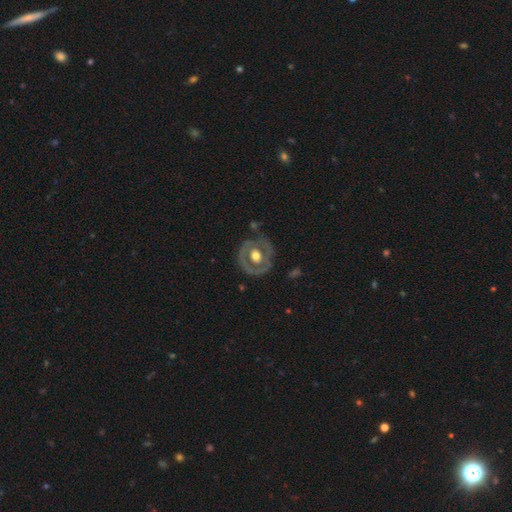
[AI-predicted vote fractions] smooth-or-featured: featured or disk: 64% | smooth: 31% | star or artifact: 5%
  disk-edge-on: no: 95% | yes: 5%
    bar: no: 75% | weak: 18% | strong: 7%
    has-spiral-arms: no: 77% | yes: 23%
    bulge-size: moderate: 63% | large: 30% | small: 5% | dominant: 2% | none: 1%
  merging: none: 72% | minor disturbance: 18% | major disturbance: 8% | merger: 2%